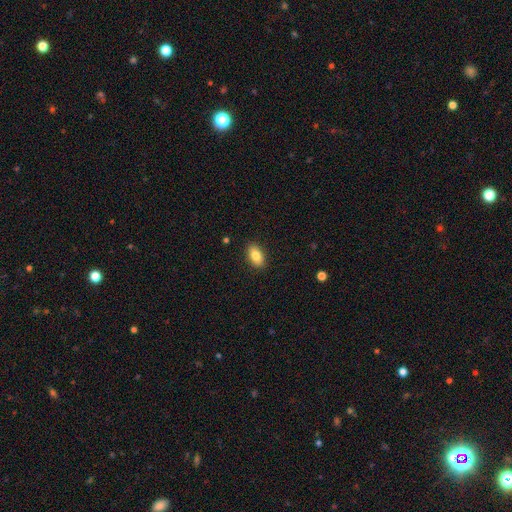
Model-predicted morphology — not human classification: Q: Smooth or featured?
A: smooth (82%); runner-up: featured or disk (10%)
Q: How rounded?
A: in between (90%); runner-up: round (6%)
Q: Merging?
A: none (89%); runner-up: minor disturbance (8%)